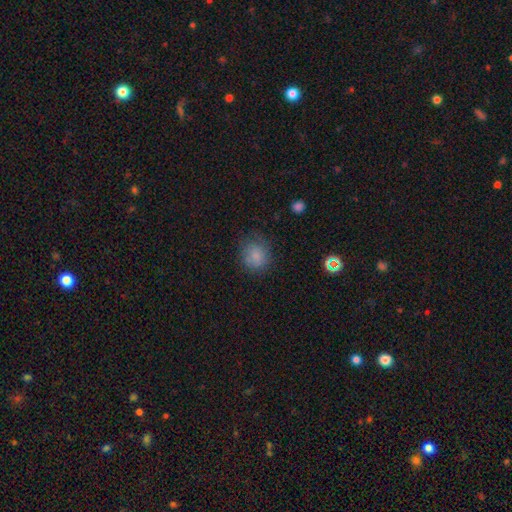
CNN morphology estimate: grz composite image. It shows a smooth galaxy with no disk features (80%) that is round (79%). Merging: none (71%).